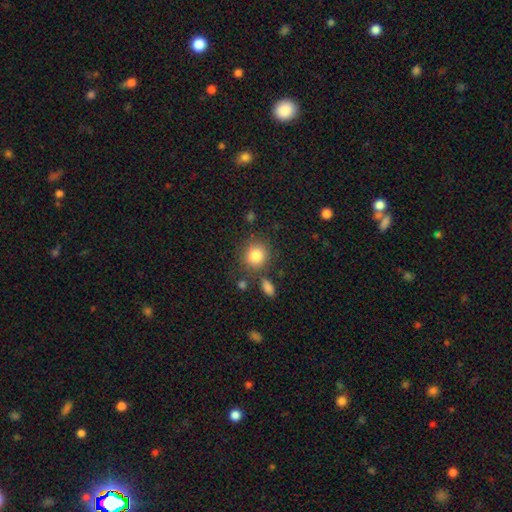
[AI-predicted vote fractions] smooth_or_featured: smooth (p=0.84) [alt: star or artifact p=0.09]
how_rounded: round (p=0.85) [alt: in between p=0.14]
merging: none (p=0.77) [alt: minor disturbance p=0.12]